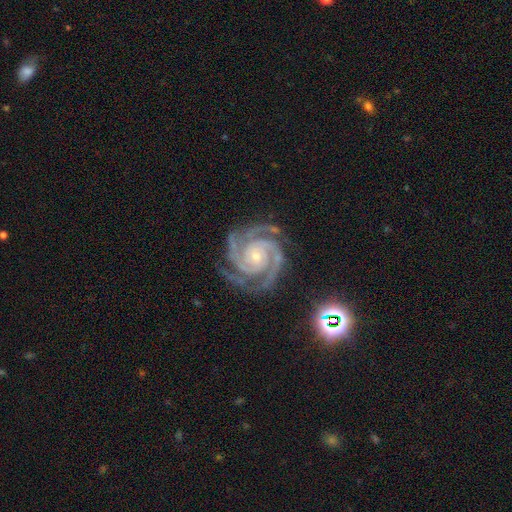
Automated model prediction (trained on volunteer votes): Smooth or featured: featured or disk — 94% (star or artifact — 4%)
Edge-on disk: no — 98% (yes — 2%)
Bar: no — 71% (weak — 18%)
Spiral arms: yes — 99% (no — 1%)
Spiral winding: tight — 76% (medium — 22%)
Spiral arm count: 3 — 49% (2 — 23%)
Bulge size: small — 75% (moderate — 21%)
Merging: none — 79% (minor disturbance — 15%)